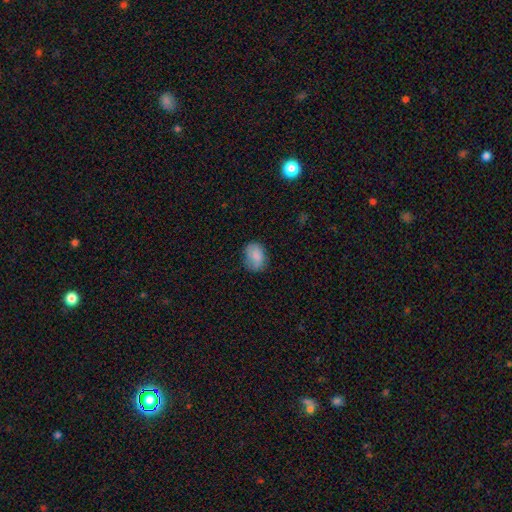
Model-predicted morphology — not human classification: Smooth or featured? Predicted: smooth (p=0.82). How rounded? Predicted: in between (p=0.74). Merging? Predicted: none (p=0.65).